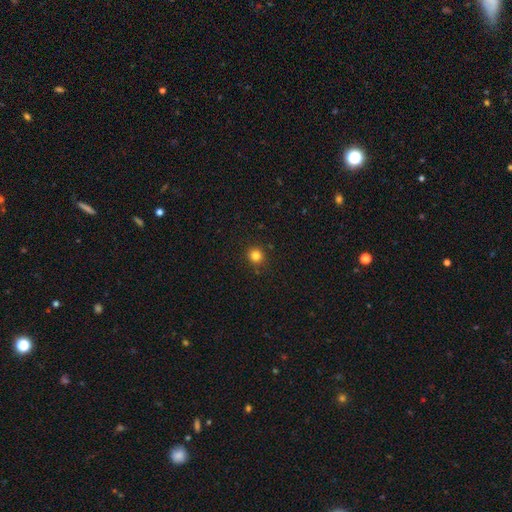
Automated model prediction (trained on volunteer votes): The model was most divided on "smooth or featured": smooth: 82%, star or artifact: 14%, featured or disk: 4%. More confident: how rounded — round (93%); merging — none (90%).